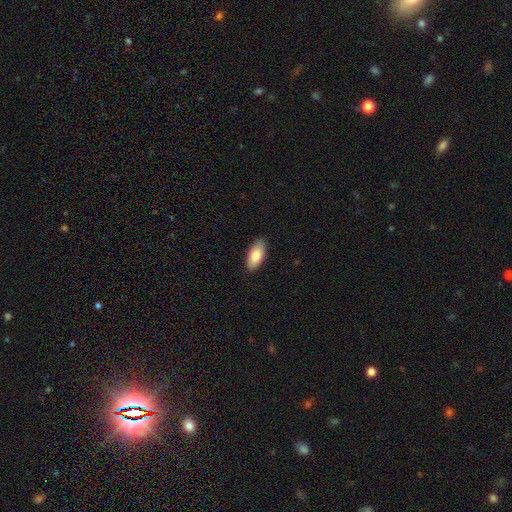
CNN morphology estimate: type=smooth (84%); roundness=in between (91%); merging=none (88%).